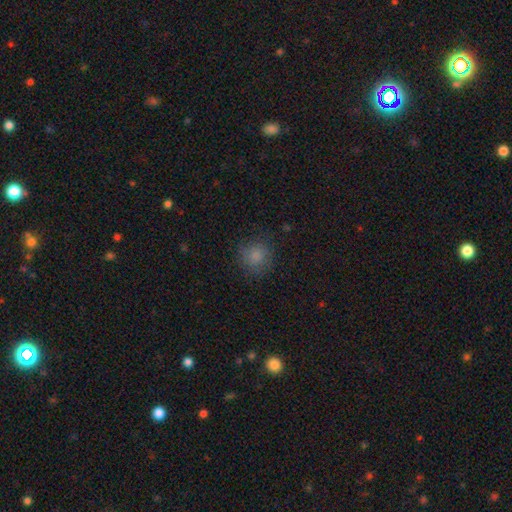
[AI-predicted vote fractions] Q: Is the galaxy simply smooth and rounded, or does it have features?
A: smooth — 82%.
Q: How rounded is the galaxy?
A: round — 89%.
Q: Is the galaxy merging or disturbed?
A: none — 80%.